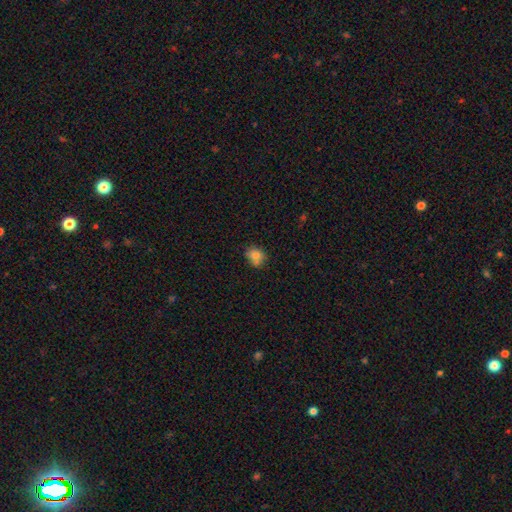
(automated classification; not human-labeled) This is likely a smooth galaxy (77%). How rounded: possibly round (59%). Merging: likely none (61%).